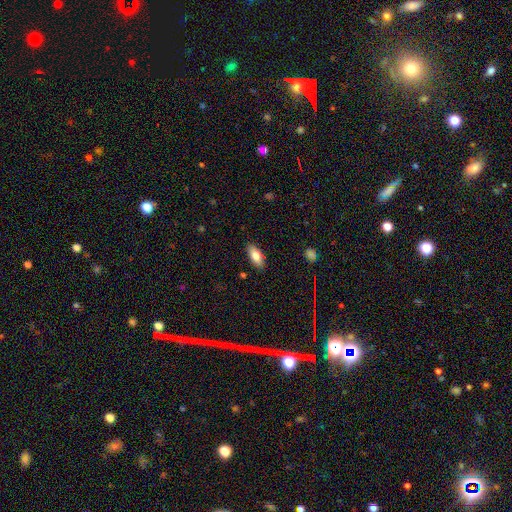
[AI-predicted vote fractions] This is clearly a smooth galaxy (81%). How rounded: clearly in between (86%). Merging: clearly none (87%).